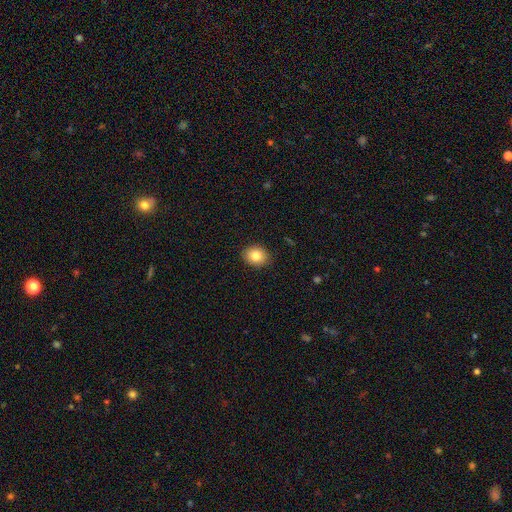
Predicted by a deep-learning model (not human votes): Smooth or featured: smooth — 82% (star or artifact — 10%)
How rounded: round — 55% (in between — 44%)
Merging: none — 90% (minor disturbance — 7%)